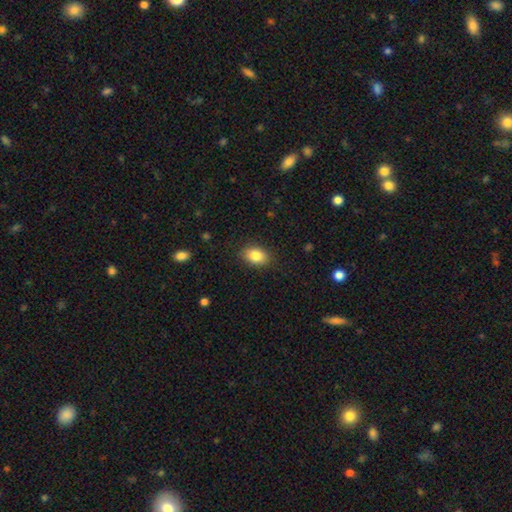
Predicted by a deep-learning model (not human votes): Smooth or featured? smooth (85%)
How rounded? in between (82%)
Merging? none (86%)